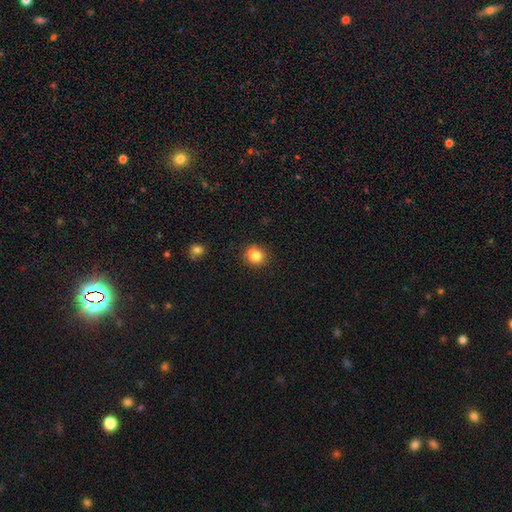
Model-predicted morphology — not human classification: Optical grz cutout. It shows a smooth galaxy with no disk features (83%) that is round (83%). Merging: none (80%).